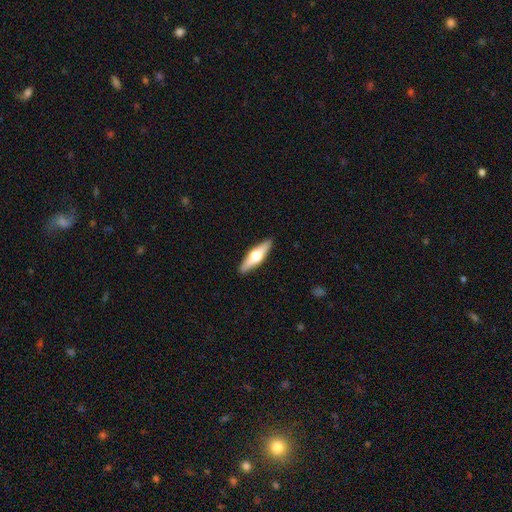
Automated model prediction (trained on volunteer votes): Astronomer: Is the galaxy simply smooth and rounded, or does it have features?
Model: featured or disk — 55% (runner-up: smooth, 39%).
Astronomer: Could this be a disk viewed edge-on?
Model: yes — 94%.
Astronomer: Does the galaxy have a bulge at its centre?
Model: rounded — 94%.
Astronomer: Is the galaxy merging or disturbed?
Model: none — 90%.